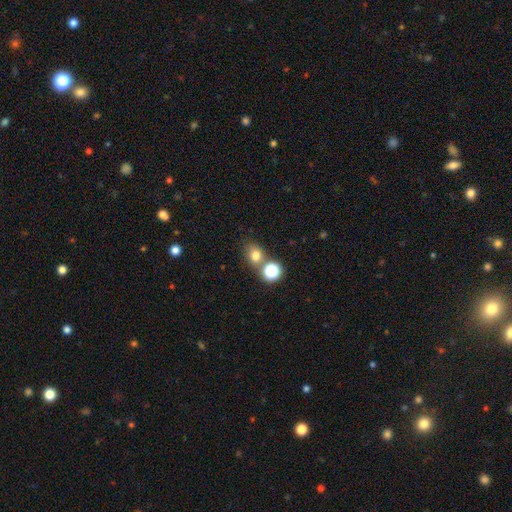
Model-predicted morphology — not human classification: type=smooth (74%); roundness=round (60%); merging=none (59%).